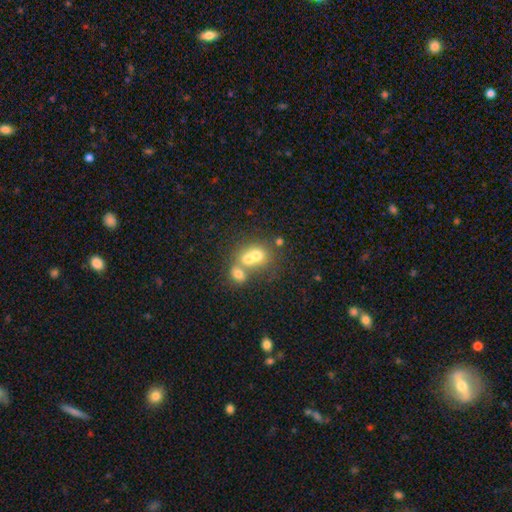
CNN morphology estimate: Smooth or featured? Predicted: smooth (p=0.62). How rounded? Predicted: round (p=0.66). Merging? Predicted: merger (p=0.66).